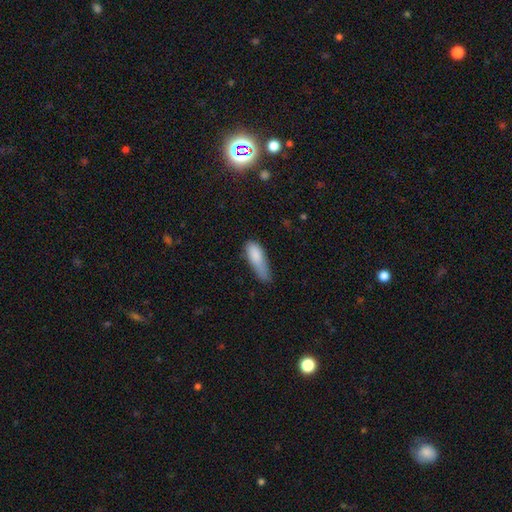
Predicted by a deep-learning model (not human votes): smooth 83%, featured or disk 9%, star or artifact 8%. Down the decision tree: how rounded — in between (60%); merging — minor disturbance (46%).